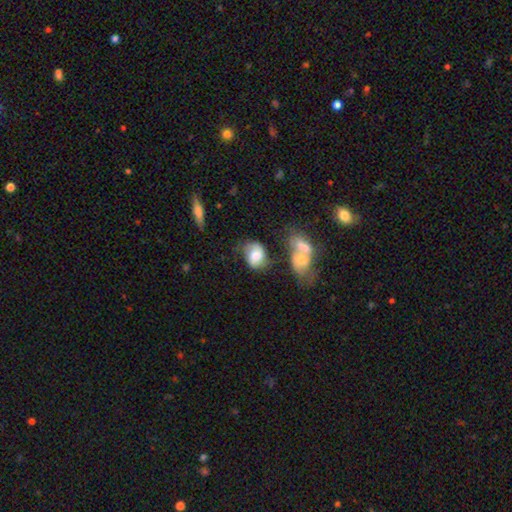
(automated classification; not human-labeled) smooth-or-featured: smooth: 57% | featured or disk: 35% | star or artifact: 8%
  how-rounded: in between: 59% | round: 40% | cigar-shaped: 1%
  merging: none: 45% | minor disturbance: 26% | merger: 16% | major disturbance: 13%